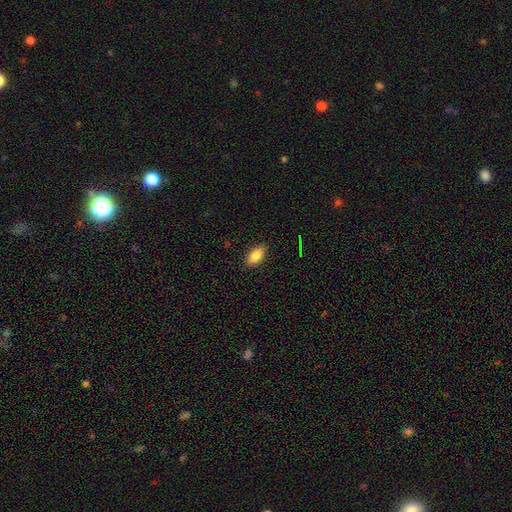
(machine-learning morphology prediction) Smooth or featured? Predicted: smooth (p=0.85). How rounded? Predicted: in between (p=0.89). Merging? Predicted: none (p=0.88).